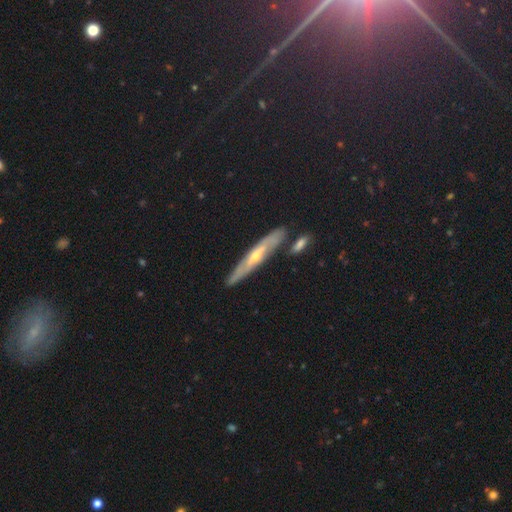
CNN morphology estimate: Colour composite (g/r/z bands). It shows a featured or disk galaxy (65%) viewed edge-on (77%) with a rounded central bulge (81%). Merging: none (82%).